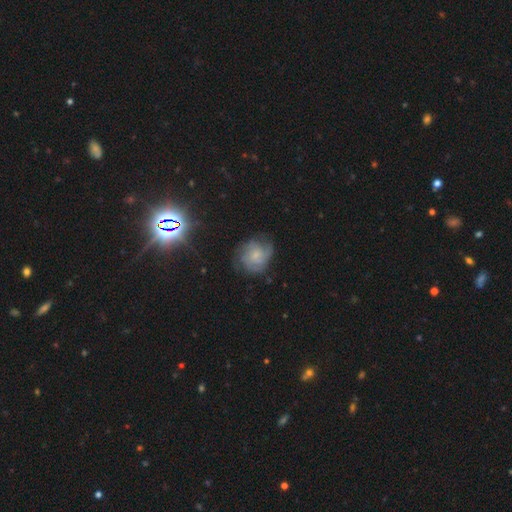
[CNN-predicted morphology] This appears to be a featured or disk galaxy (62%) with no bar (72%), tight (48%) spiral arms (88%) and a small central bulge (58%). Merging: none (64%).